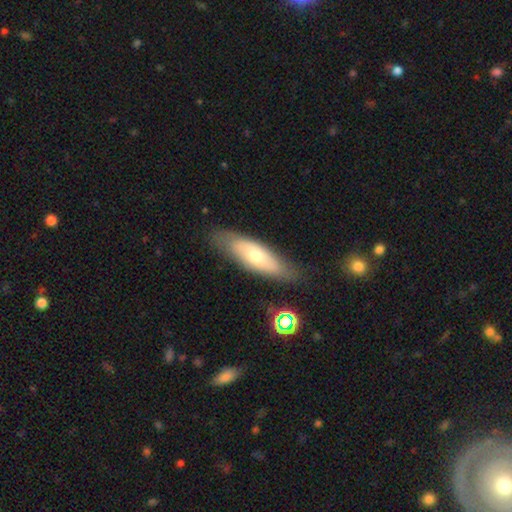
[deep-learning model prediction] This appears to be a smooth galaxy with no disk features (53%) that is in between round and cigar-shaped (56%). Merging: none (79%).